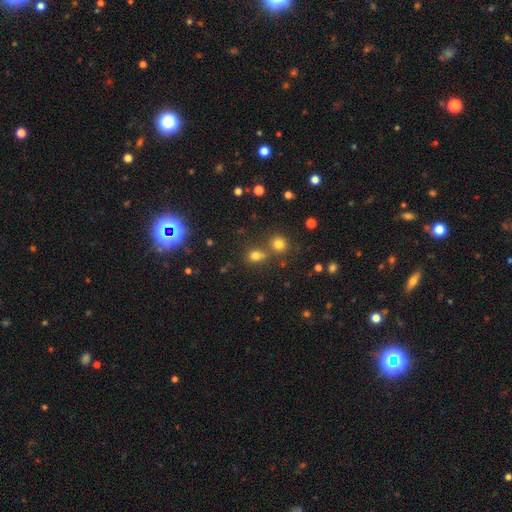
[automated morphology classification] The model was most divided on "merging": none: 58%, merger: 29%, minor disturbance: 9%, major disturbance: 4%. More confident: smooth or featured — smooth (73%); how rounded — round (68%).